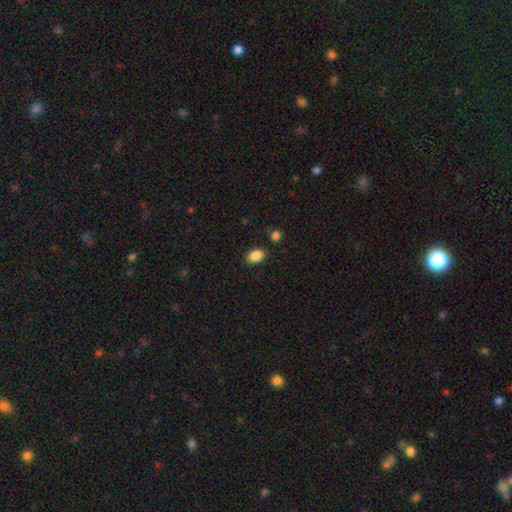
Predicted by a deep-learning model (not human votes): This appears to be a smooth galaxy with no disk features (88%) that is in between round and cigar-shaped (84%). Merging: none (84%).